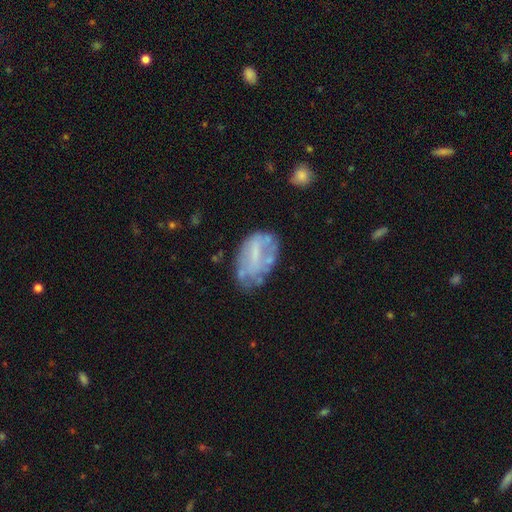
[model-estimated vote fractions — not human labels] smooth_or_featured: featured or disk (p=0.55) [alt: smooth p=0.35]
disk_edge_on: no (p=0.96) [alt: yes p=0.04]
bar: no (p=0.45) [alt: weak p=0.34]
has_spiral_arms: no (p=0.74) [alt: yes p=0.26]
bulge_size: none (p=0.53) [alt: small p=0.26]
merging: none (p=0.46) [alt: minor disturbance p=0.29]